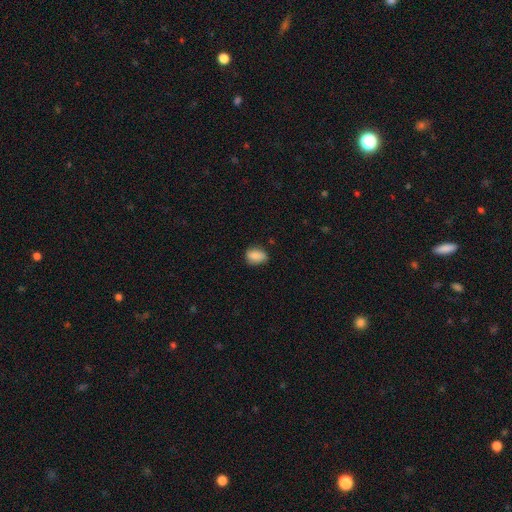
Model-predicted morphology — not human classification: Overall: smooth (86%). How rounded: in between (74%). Merging: none (72%).